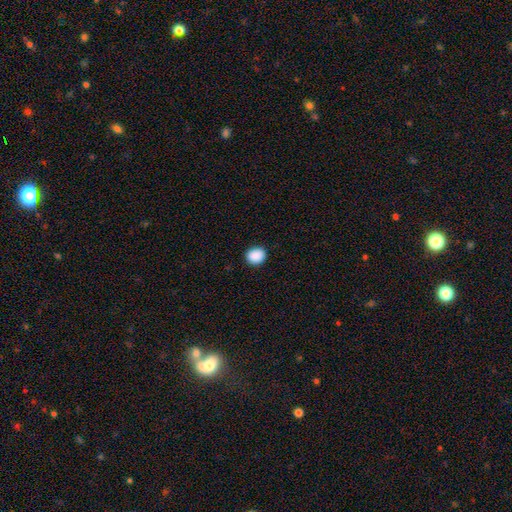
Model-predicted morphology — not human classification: This is clearly a smooth galaxy (90%). How rounded: likely round (72%). Merging: clearly none (91%).